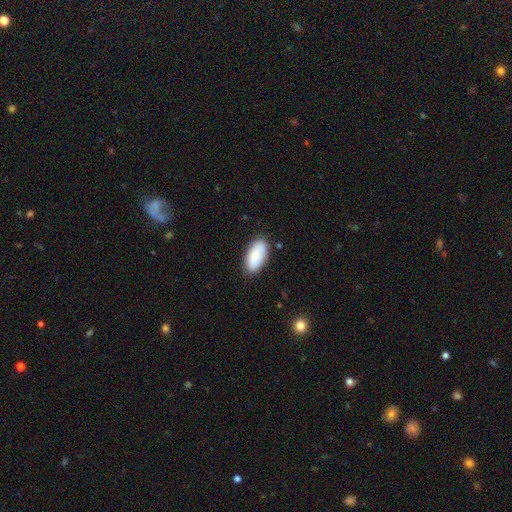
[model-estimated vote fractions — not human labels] Morphology: type=smooth (87%); roundness=in between (94%); merging=none (83%).